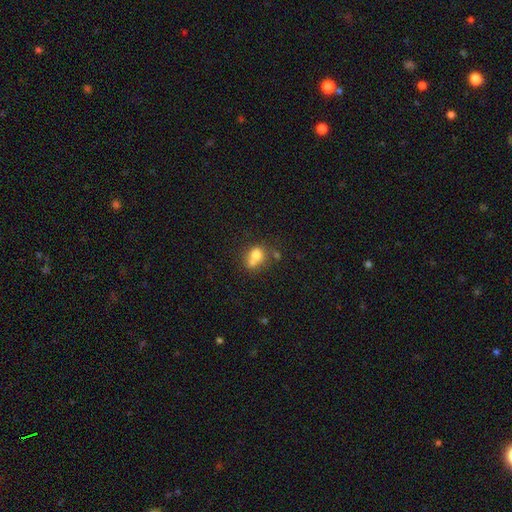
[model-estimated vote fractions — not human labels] A smooth galaxy with no disk features (71%) that is round (52%).

Vote fractions:
- Smooth or featured? smooth: 71% / featured or disk: 18% / star or artifact: 11%
- How rounded? round: 52% / in between: 46% / cigar-shaped: 2%
- Merging? merger: 49% / none: 31% / minor disturbance: 13% / major disturbance: 7%